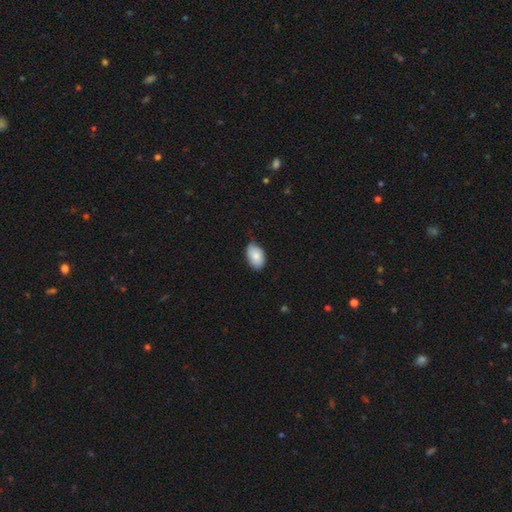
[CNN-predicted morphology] Smooth or featured? Predicted: smooth (p=0.83). How rounded? Predicted: in between (p=0.91). Merging? Predicted: none (p=0.69).